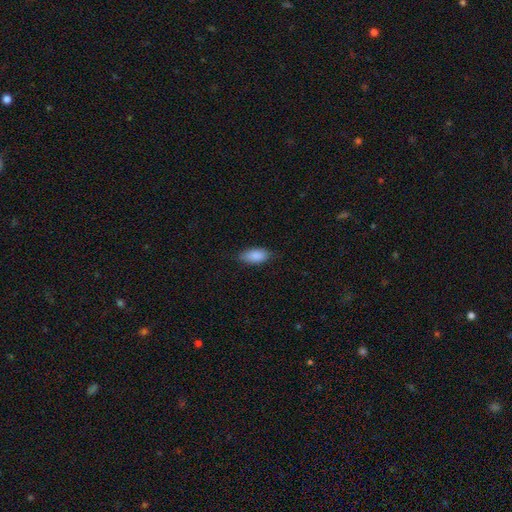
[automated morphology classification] The model was most divided on "merging": none: 78%, minor disturbance: 18%, major disturbance: 3%, merger: 1%. More confident: how rounded — in between (89%); smooth or featured — smooth (88%).